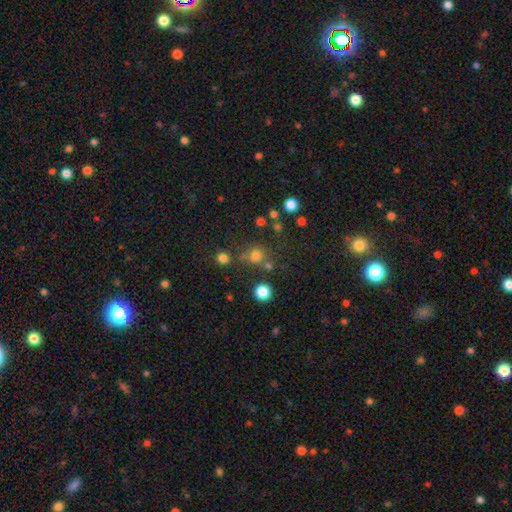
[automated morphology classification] Overall: smooth (71%). How rounded: round (85%). Merging: none (65%).